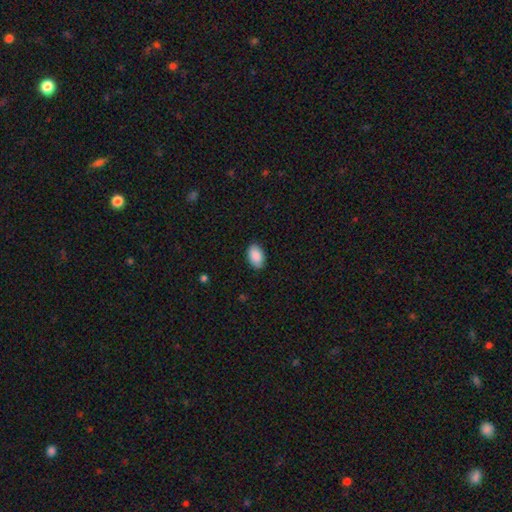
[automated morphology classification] This is clearly a smooth galaxy (90%). How rounded: clearly in between (93%). Merging: clearly none (87%).